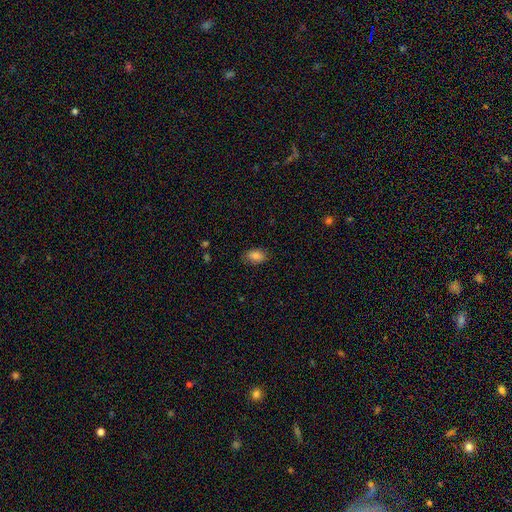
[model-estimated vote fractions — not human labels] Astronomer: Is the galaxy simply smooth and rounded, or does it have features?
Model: smooth — 85%.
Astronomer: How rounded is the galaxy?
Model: in between — 89%.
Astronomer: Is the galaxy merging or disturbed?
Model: none — 83%.